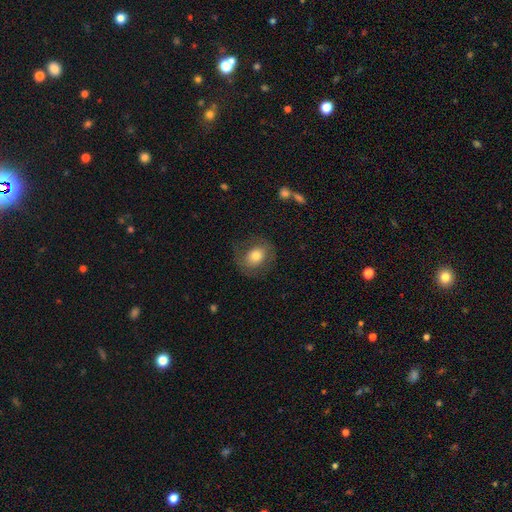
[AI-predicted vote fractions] Morphology: type=smooth (61%); roundness=round (58%); merging=none (73%).